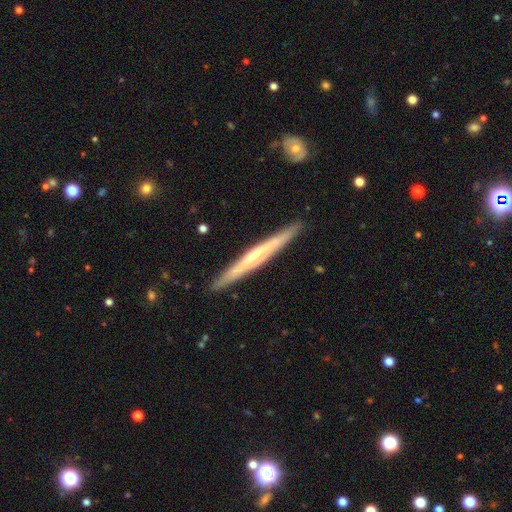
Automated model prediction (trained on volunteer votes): This is likely a featured or disk galaxy (68%). It is clearly viewed edge-on (97%). Edge-on bulge: possibly rounded (54%). Merging: clearly none (91%).